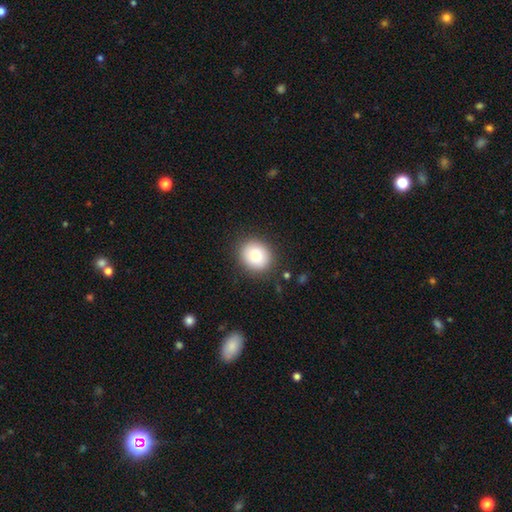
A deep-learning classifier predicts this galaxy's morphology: Smooth or featured? smooth (84%)
How rounded? round (71%)
Merging? none (87%)